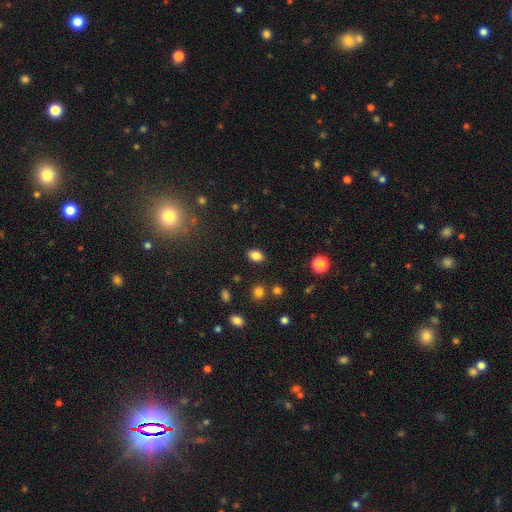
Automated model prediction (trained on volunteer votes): A smooth galaxy with no disk features (84%) that is in between round and cigar-shaped (79%).

Vote fractions:
- Smooth or featured? smooth: 84% / star or artifact: 11% / featured or disk: 5%
- How rounded? in between: 79% / round: 19% / cigar-shaped: 1%
- Merging? none: 86% / minor disturbance: 9% / major disturbance: 3% / merger: 2%